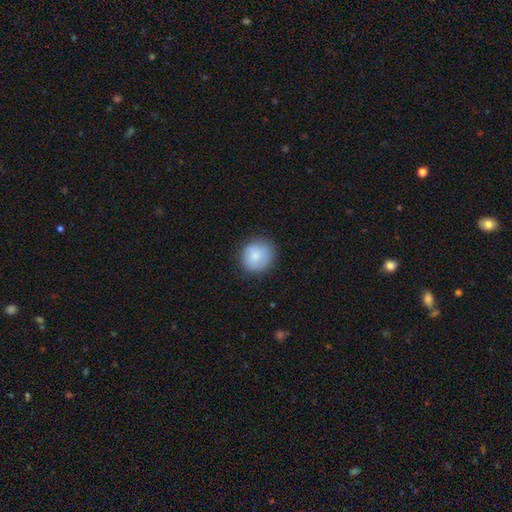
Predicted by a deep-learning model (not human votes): smooth 82%, featured or disk 11%, star or artifact 7%. Down the decision tree: how rounded — round (82%); merging — none (78%).